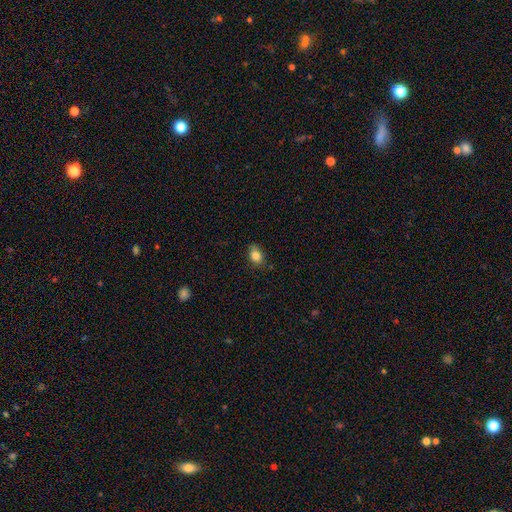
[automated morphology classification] type=smooth (84%); roundness=in between (71%); merging=none (75%).